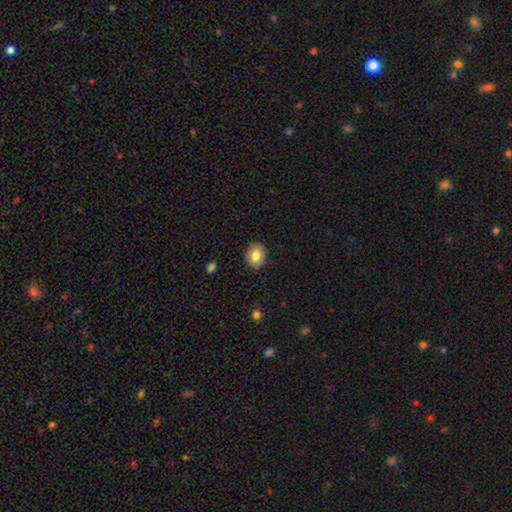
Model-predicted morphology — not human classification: This appears to be a smooth galaxy with no disk features (81%) that is round (52%). Merging: none (87%).